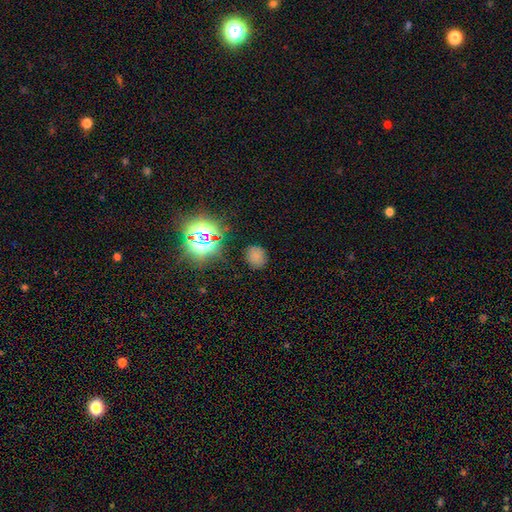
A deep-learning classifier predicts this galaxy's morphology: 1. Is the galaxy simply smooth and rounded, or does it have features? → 67% smooth, 26% star or artifact, 7% featured or disk.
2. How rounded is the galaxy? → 70% round, 29% in between, 1% cigar-shaped.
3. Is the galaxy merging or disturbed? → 80% none, 13% minor disturbance, 4% major disturbance, 2% merger.